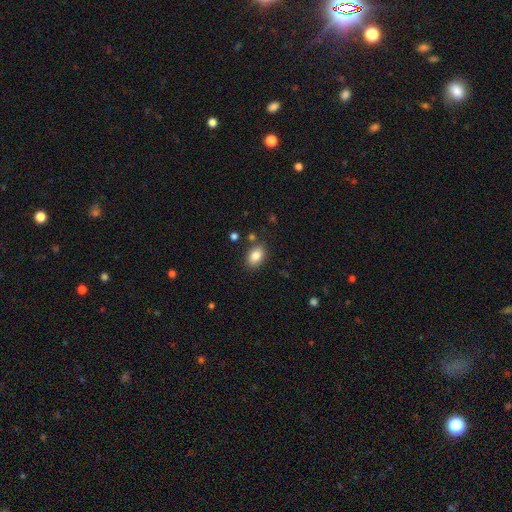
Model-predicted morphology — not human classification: smooth_or_featured: smooth (p=0.84) [alt: star or artifact p=0.08]
how_rounded: in between (p=0.83) [alt: round p=0.15]
merging: none (p=0.82) [alt: minor disturbance p=0.11]